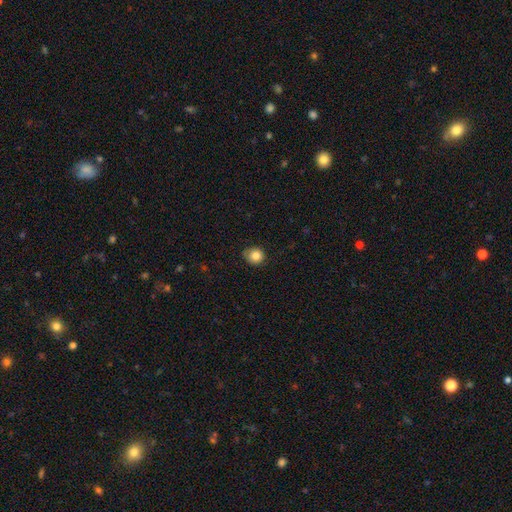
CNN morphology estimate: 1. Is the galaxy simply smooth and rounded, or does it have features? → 83% smooth, 10% star or artifact, 7% featured or disk.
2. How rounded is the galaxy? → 81% round, 19% in between, 1% cigar-shaped.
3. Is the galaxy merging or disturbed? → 72% none, 23% minor disturbance, 4% major disturbance, 1% merger.